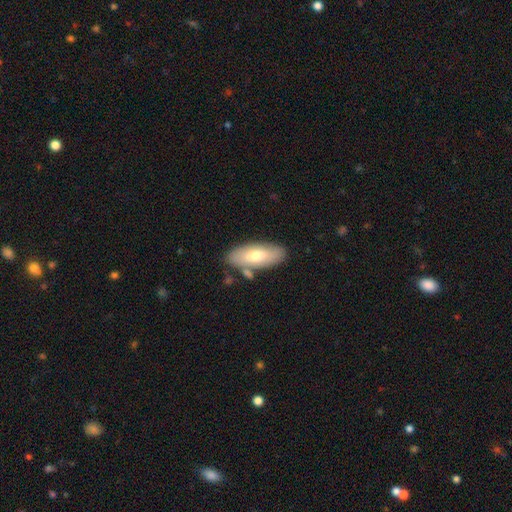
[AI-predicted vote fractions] smooth-or-featured: smooth: 65% | featured or disk: 29% | star or artifact: 6%
  how-rounded: in between: 82% | cigar-shaped: 16% | round: 2%
  merging: none: 76% | minor disturbance: 13% | merger: 9% | major disturbance: 3%